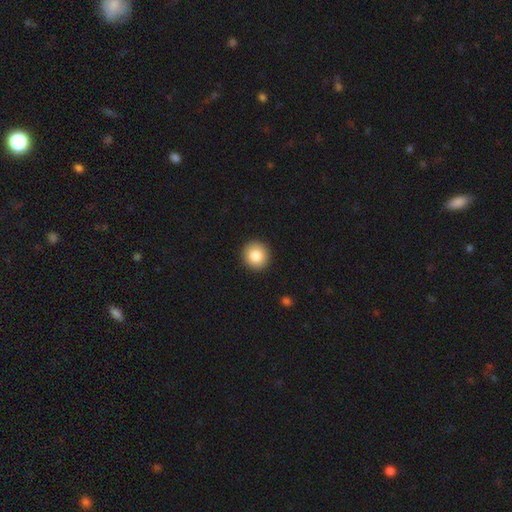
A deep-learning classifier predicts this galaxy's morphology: type=smooth (84%); roundness=round (93%); merging=none (93%).